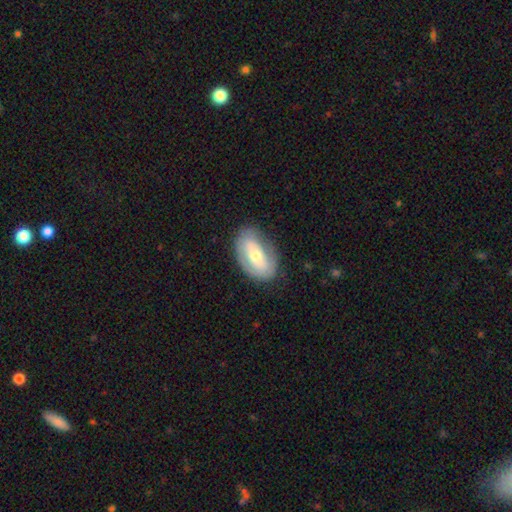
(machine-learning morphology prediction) A featured or disk galaxy (51%).

Vote fractions:
- Smooth or featured? featured or disk: 51% / smooth: 43% / star or artifact: 6%
- Edge-on disk? no: 91% / yes: 9%
- Merging? none: 74% / minor disturbance: 18% / major disturbance: 7% / merger: 1%